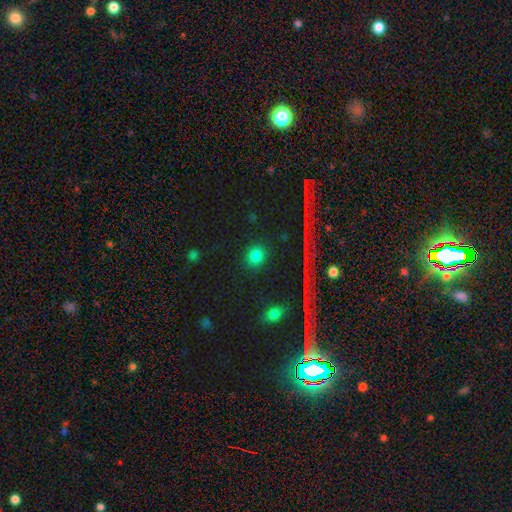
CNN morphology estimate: smooth-or-featured: smooth: 78% | star or artifact: 17% | featured or disk: 5%
  how-rounded: round: 84% | in between: 14% | cigar-shaped: 2%
  merging: none: 89% | minor disturbance: 7% | major disturbance: 2% | merger: 2%